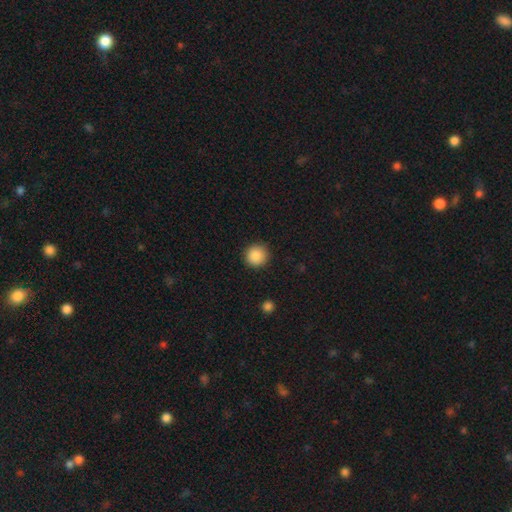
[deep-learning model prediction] Morphology: type=smooth (88%); roundness=round (94%); merging=none (91%).